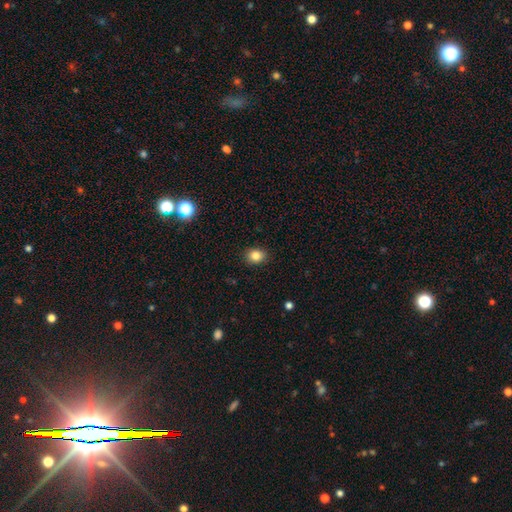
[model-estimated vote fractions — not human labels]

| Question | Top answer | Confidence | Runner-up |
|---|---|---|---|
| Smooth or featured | smooth | 84% | star or artifact (10%) |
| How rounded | round | 52% | in between (47%) |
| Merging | none | 89% | minor disturbance (8%) |